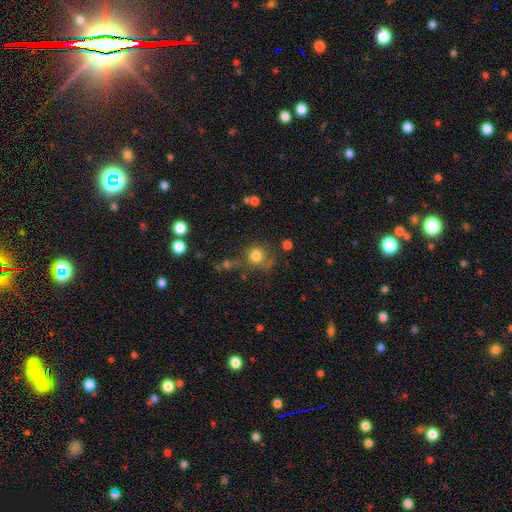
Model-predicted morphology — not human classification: type=smooth (76%); roundness=round (86%); merging=none (58%).